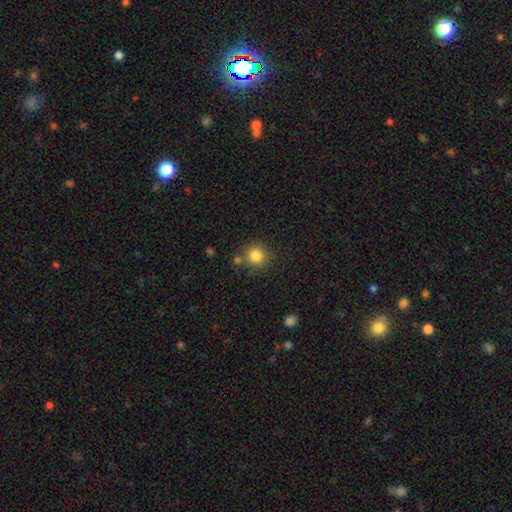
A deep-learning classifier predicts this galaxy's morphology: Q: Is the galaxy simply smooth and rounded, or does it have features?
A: smooth — 83%.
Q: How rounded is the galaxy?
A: round — 90%.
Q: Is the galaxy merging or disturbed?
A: none — 77%.